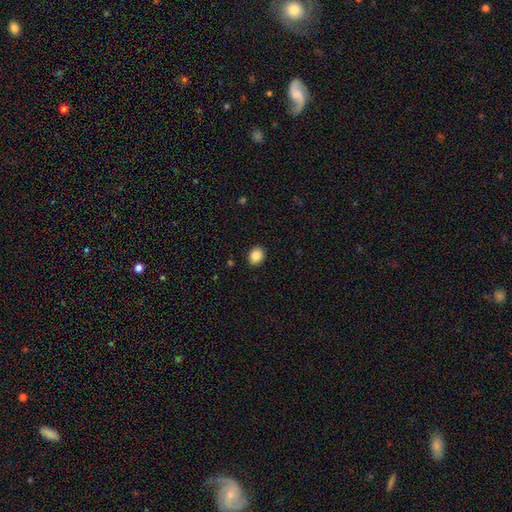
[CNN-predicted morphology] This is clearly a smooth galaxy (86%). How rounded: possibly round (59%). Merging: clearly none (91%).